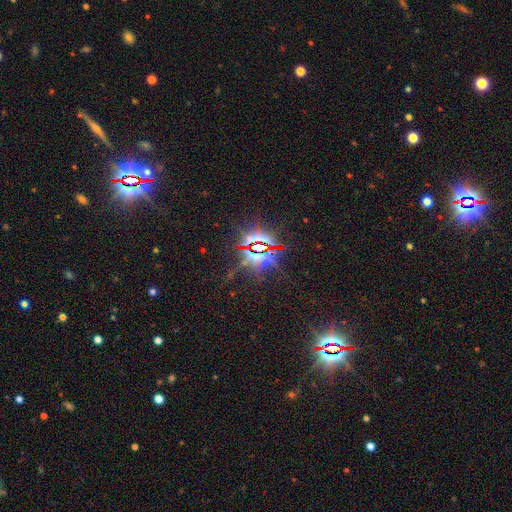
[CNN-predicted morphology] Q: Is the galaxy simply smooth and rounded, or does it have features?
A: star or artifact — 86%.